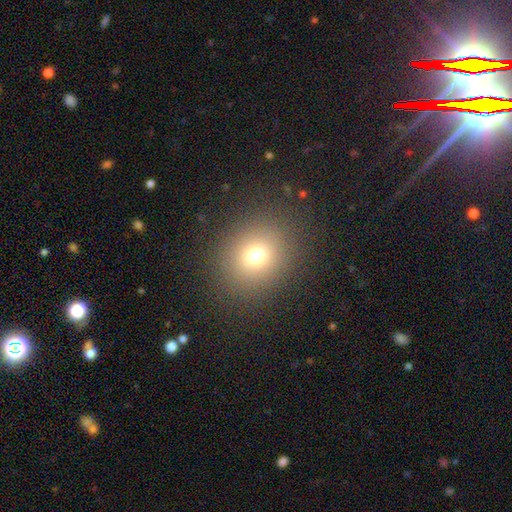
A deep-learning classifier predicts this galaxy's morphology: Q: Smooth or featured?
A: smooth (71%); runner-up: star or artifact (19%)
Q: How rounded?
A: round (79%); runner-up: in between (20%)
Q: Merging?
A: none (88%); runner-up: minor disturbance (7%)